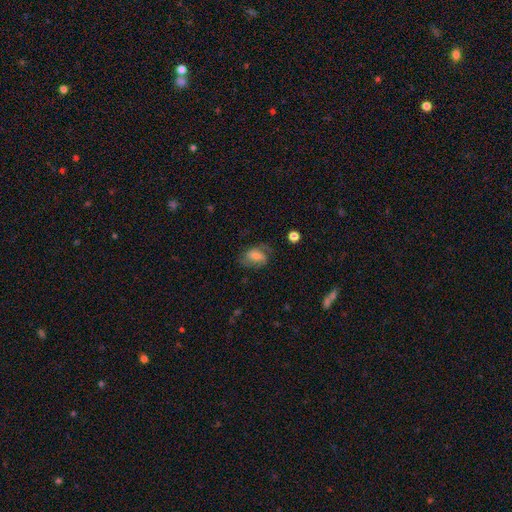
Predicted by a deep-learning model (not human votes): Morphology: type=featured or disk (47%); merging=none (59%).